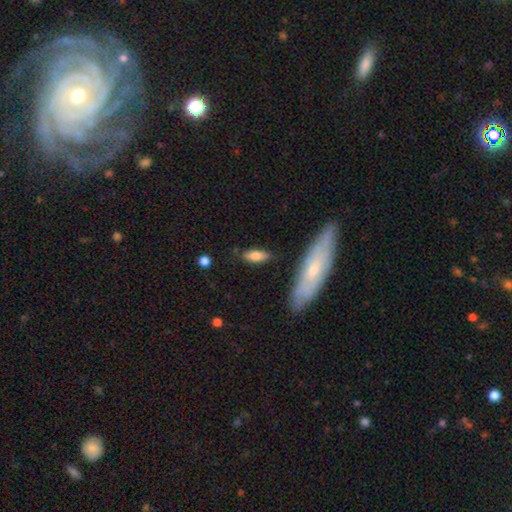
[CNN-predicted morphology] Overall: smooth (75%). How rounded: in between (64%; cigar-shaped 34%). Merging: none (79%).